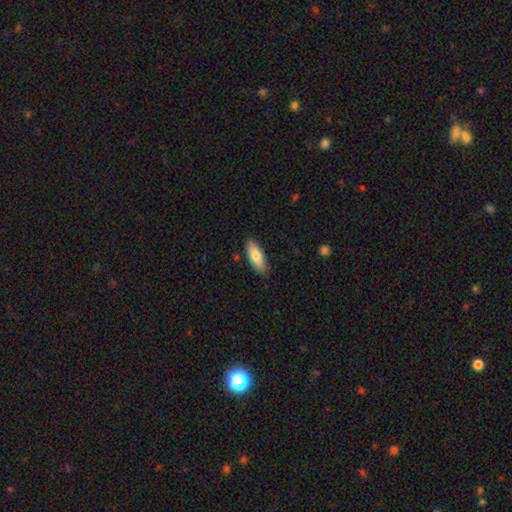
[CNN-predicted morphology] Smooth or featured? Predicted: smooth (p=0.79). How rounded? Predicted: in between (p=0.71). Merging? Predicted: none (p=0.86).